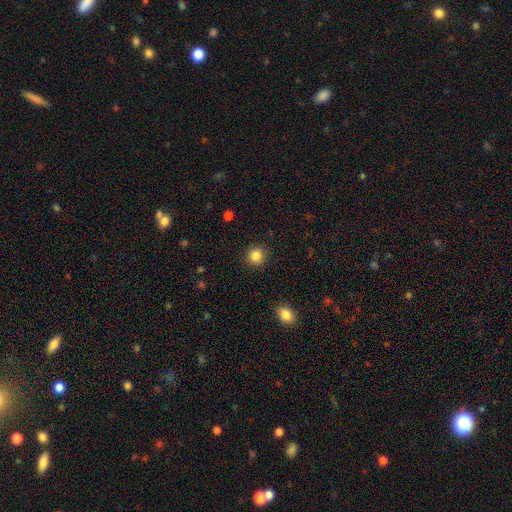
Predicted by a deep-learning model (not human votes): smooth-or-featured: smooth: 85% | star or artifact: 11% | featured or disk: 4%
  how-rounded: round: 92% | in between: 7% | cigar-shaped: 1%
  merging: none: 90% | minor disturbance: 6% | major disturbance: 2% | merger: 1%